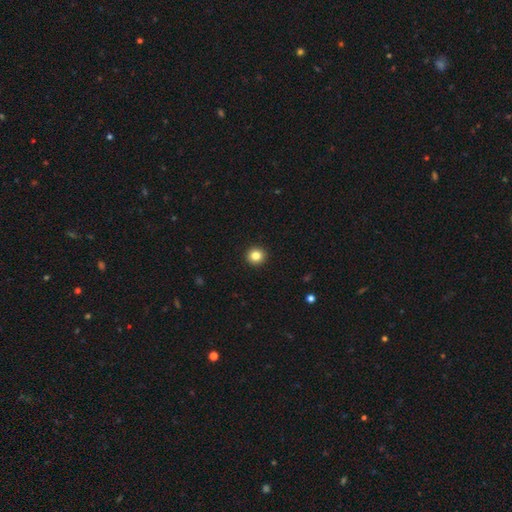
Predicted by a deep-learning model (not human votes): The model was most divided on "smooth or featured": smooth: 83%, star or artifact: 11%, featured or disk: 6%. More confident: how rounded — round (94%); merging — none (94%).